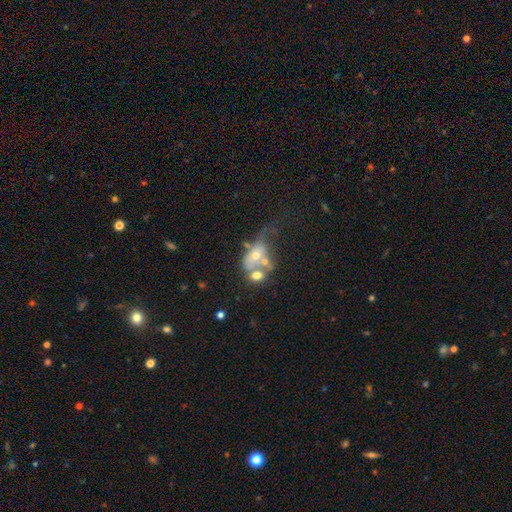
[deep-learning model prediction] This appears to be a featured or disk galaxy (45%). Merging: merger (51%).